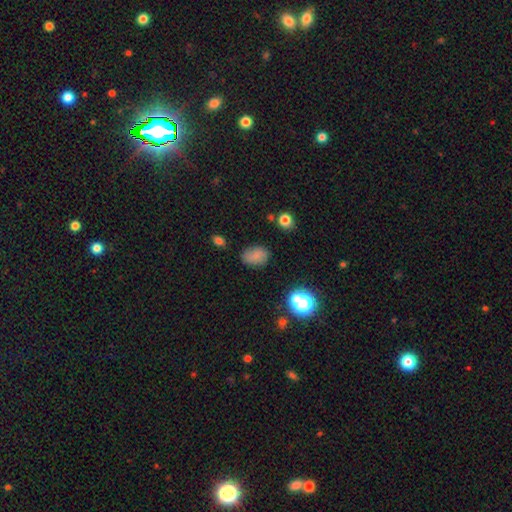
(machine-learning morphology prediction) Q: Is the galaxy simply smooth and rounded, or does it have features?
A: smooth — 77%.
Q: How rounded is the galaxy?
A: in between — 79%.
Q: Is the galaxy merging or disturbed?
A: none — 75%.